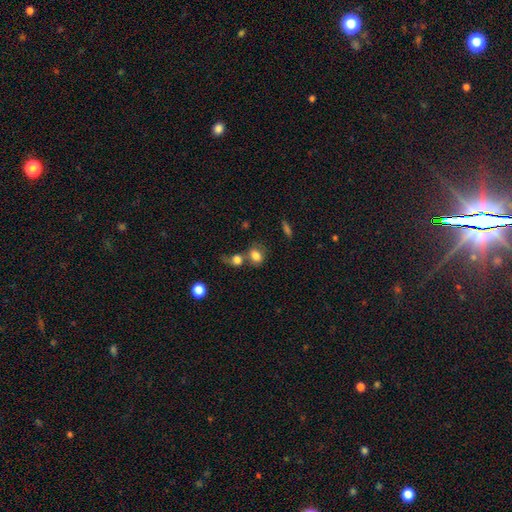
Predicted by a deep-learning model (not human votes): A smooth galaxy with no disk features (80%) that is in between round and cigar-shaped (55%). Merging: merger (40%, tied with none).